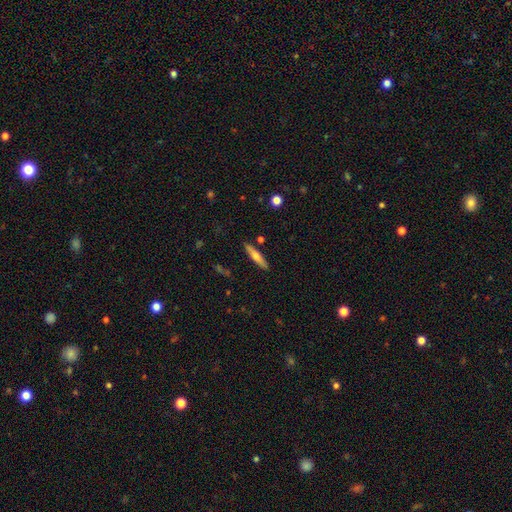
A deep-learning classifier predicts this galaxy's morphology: smooth-or-featured: smooth: 54% | featured or disk: 40% | star or artifact: 6%
  how-rounded: cigar-shaped: 84% | in between: 14% | round: 2%
  merging: none: 87% | minor disturbance: 8% | merger: 3% | major disturbance: 2%